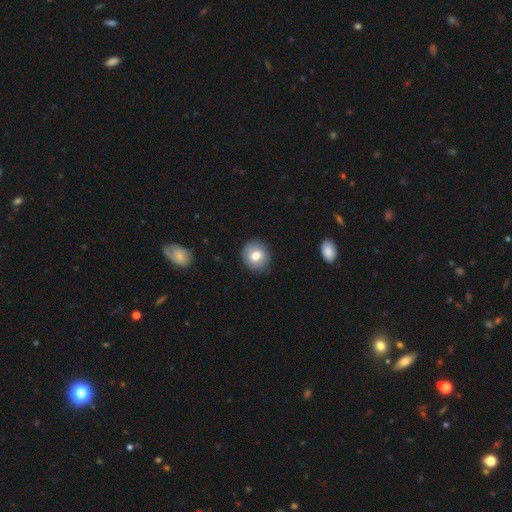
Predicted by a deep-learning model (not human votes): smooth_or_featured: smooth (p=0.76) [alt: featured or disk p=0.16]
how_rounded: round (p=0.78) [alt: in between p=0.21]
merging: none (p=0.85) [alt: minor disturbance p=0.11]